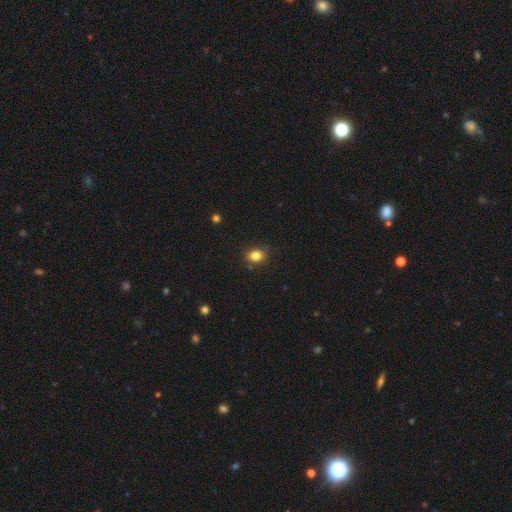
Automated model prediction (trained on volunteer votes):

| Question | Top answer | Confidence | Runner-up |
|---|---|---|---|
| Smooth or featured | smooth | 83% | star or artifact (11%) |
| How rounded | in between | 55% | round (44%) |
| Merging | none | 84% | minor disturbance (12%) |